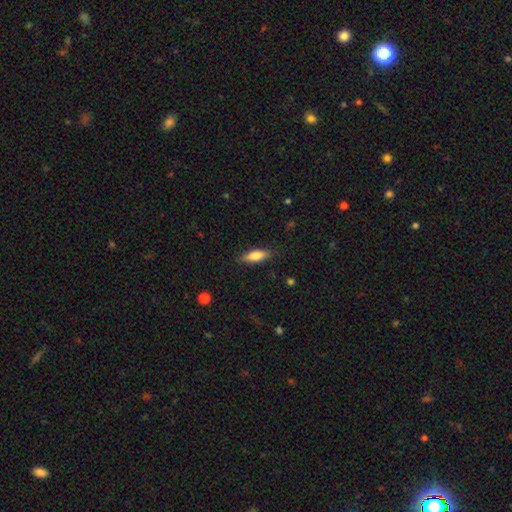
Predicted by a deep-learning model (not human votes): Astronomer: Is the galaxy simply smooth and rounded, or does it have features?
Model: smooth — 75%.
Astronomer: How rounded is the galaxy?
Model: in between — 56% (runner-up: cigar-shaped, 42%).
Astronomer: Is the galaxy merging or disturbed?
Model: none — 86%.